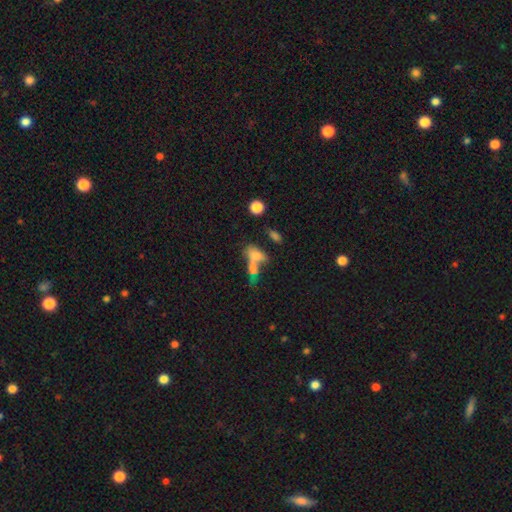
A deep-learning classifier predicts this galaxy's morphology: Overall: smooth (66%). How rounded: in between (71%). Merging: merger (52%; none 26%).